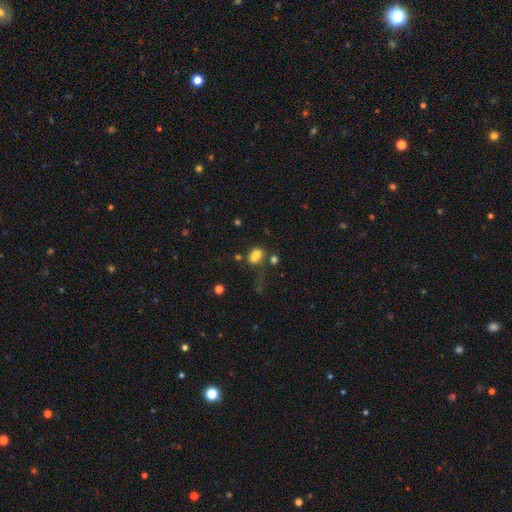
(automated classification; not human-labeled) smooth-or-featured: smooth: 81% | star or artifact: 11% | featured or disk: 8%
  how-rounded: in between: 85% | round: 13% | cigar-shaped: 2%
  merging: none: 55% | minor disturbance: 20% | major disturbance: 14% | merger: 12%